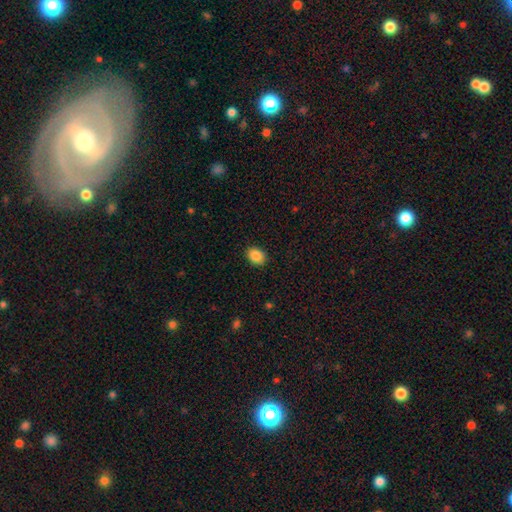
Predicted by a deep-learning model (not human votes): Smooth or featured?
  - smooth: 88% *
  - star or artifact: 8%
  - featured or disk: 4%
How rounded?
  - in between: 58% *
  - round: 41%
  - cigar-shaped: 1%
Merging?
  - none: 90% *
  - minor disturbance: 7%
  - major disturbance: 2%
  - merger: 1%